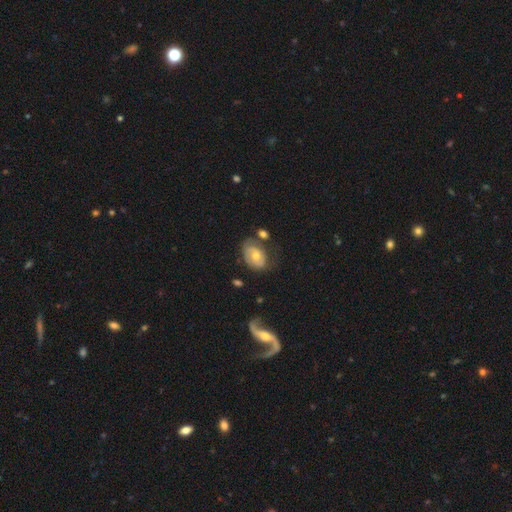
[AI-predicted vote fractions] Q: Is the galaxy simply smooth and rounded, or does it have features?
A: featured or disk — 49%.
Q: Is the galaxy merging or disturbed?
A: none — 49%.